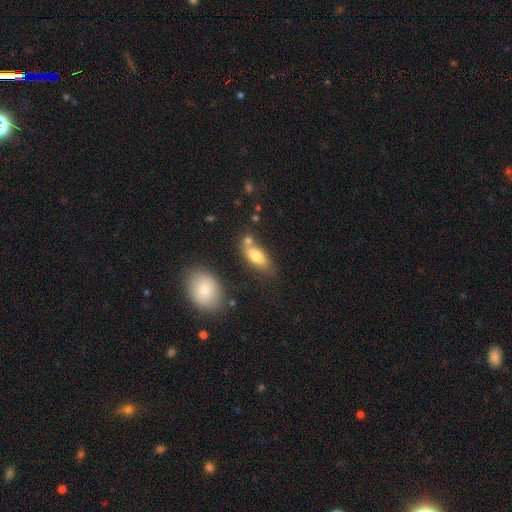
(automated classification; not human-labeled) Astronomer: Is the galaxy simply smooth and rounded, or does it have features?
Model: smooth — 78%.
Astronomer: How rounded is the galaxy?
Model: in between — 82%.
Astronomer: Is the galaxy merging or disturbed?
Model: none — 57%.